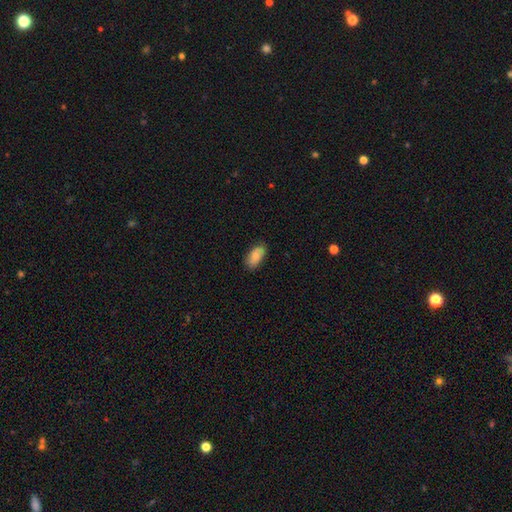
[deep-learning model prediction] This is clearly a smooth galaxy (80%). How rounded: clearly in between (93%). Merging: clearly none (81%).